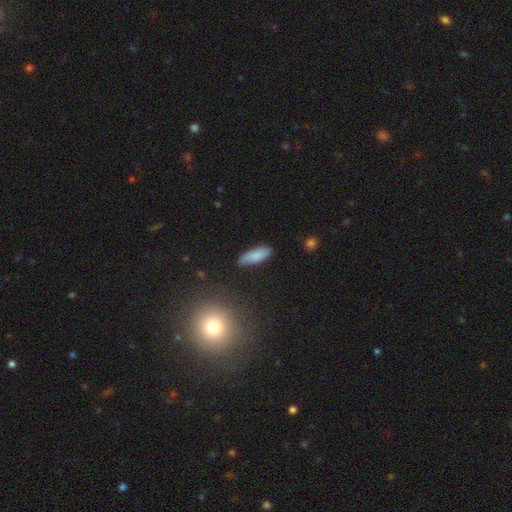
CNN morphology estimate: This appears to be a smooth galaxy with no disk features (85%) that is in between round and cigar-shaped (65%). Merging: none (84%).